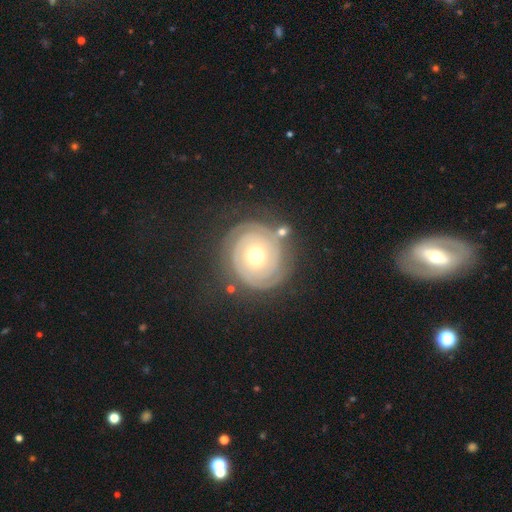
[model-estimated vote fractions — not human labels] featured or disk 86%, smooth 8%, star or artifact 6%. Down the decision tree: edge-on disk — no (97%); bar — no (81%); spiral arms — yes (95%); spiral arm count — 2 (55%); spiral winding — tight (89%); bulge size — moderate (70%); merging — none (79%).